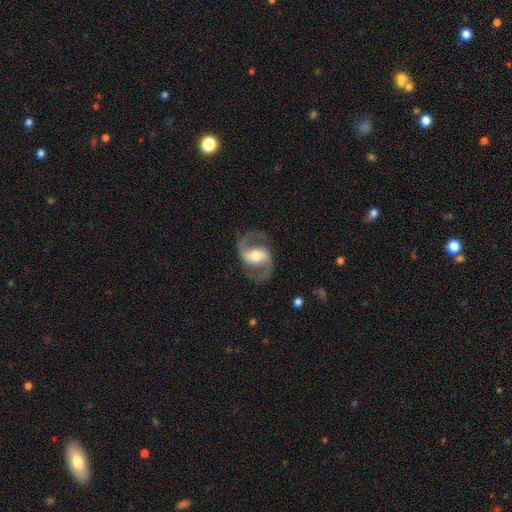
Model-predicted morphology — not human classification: Q: Smooth or featured?
A: featured or disk (90%); runner-up: smooth (6%)
Q: Edge-on disk?
A: no (97%); runner-up: yes (3%)
Q: Bar?
A: weak (41%); runner-up: strong (39%)
Q: Spiral arms?
A: yes (96%); runner-up: no (4%)
Q: Spiral winding?
A: medium (57%); runner-up: loose (32%)
Q: Spiral arm count?
A: 2 (94%); runner-up: can't tell (2%)
Q: Bulge size?
A: moderate (61%); runner-up: small (21%)
Q: Merging?
A: none (81%); runner-up: minor disturbance (11%)